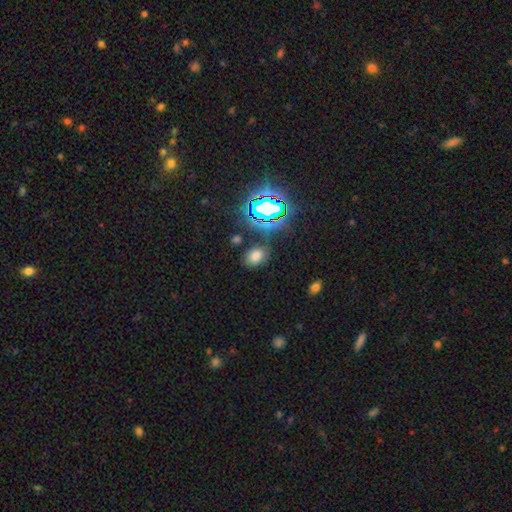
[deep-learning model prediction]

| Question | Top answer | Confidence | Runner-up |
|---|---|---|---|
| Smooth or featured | smooth | 68% | star or artifact (25%) |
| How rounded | in between | 71% | round (28%) |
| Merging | none | 81% | minor disturbance (12%) |